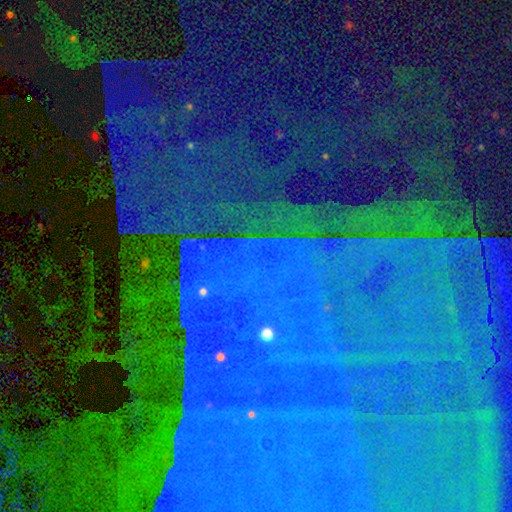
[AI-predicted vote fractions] A star or artifact, not a galaxy (86%).

Vote fractions:
- Smooth or featured? star or artifact: 86% / featured or disk: 7% / smooth: 7%